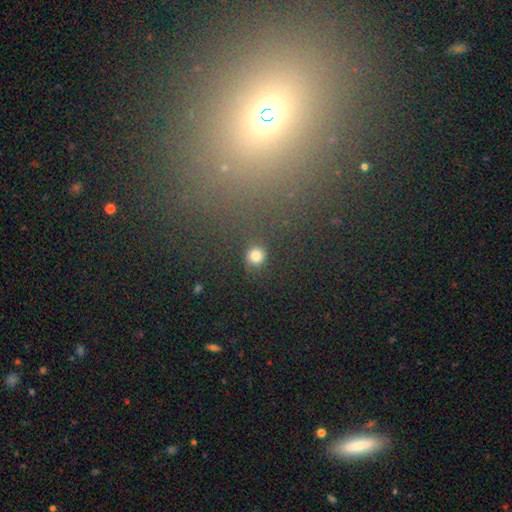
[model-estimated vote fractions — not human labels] Smooth or featured: smooth — 80% (star or artifact — 14%)
How rounded: round — 89% (in between — 10%)
Merging: none — 83% (minor disturbance — 9%)